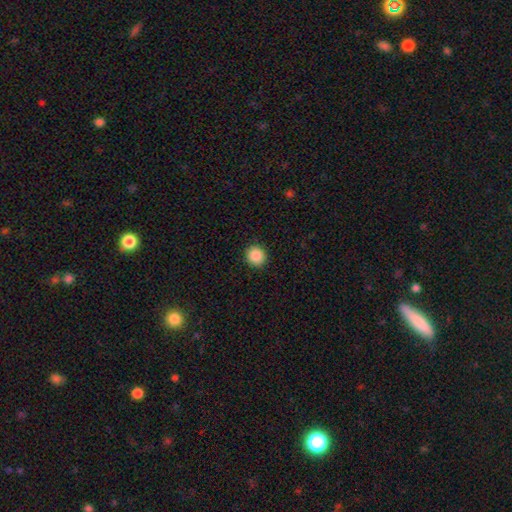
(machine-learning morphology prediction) A smooth galaxy with no disk features (88%) that is round (90%).

Vote fractions:
- Smooth or featured? smooth: 88% / star or artifact: 9% / featured or disk: 3%
- How rounded? round: 90% / in between: 9% / cigar-shaped: 1%
- Merging? none: 92% / minor disturbance: 5% / major disturbance: 2% / merger: 1%